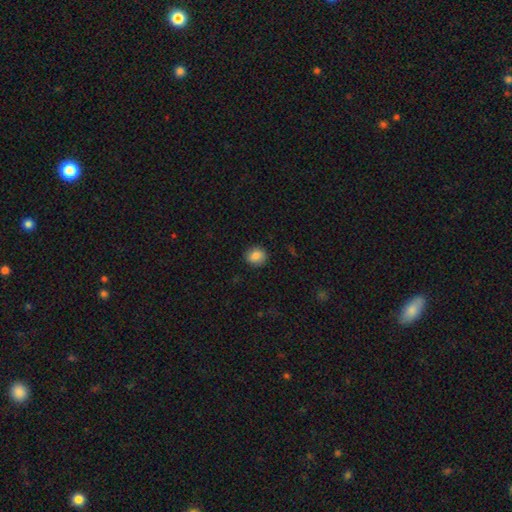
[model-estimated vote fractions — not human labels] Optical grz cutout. It shows a smooth galaxy with no disk features (86%) that is round (79%). Merging: none (89%).